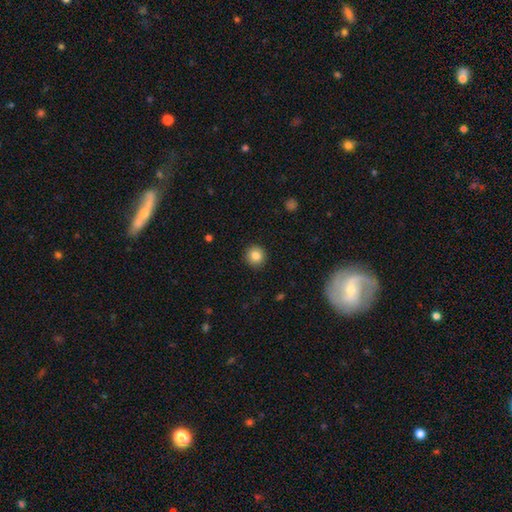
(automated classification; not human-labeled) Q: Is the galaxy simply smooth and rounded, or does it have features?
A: smooth — 83%.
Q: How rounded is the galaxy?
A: round — 93%.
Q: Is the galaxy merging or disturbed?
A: none — 92%.